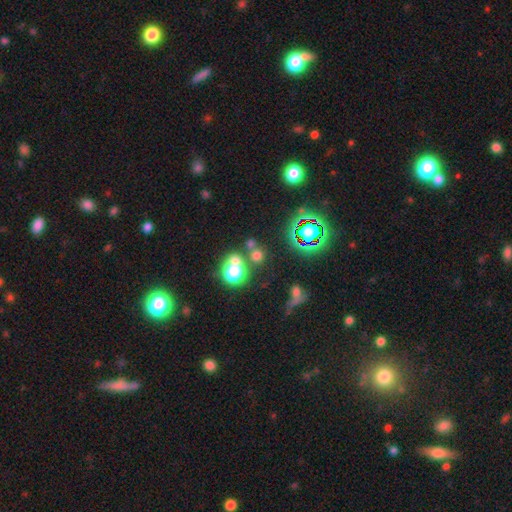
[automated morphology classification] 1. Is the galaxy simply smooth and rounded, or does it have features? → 47% smooth, 43% star or artifact, 10% featured or disk.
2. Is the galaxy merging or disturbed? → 63% none, 23% merger, 9% minor disturbance, 5% major disturbance.